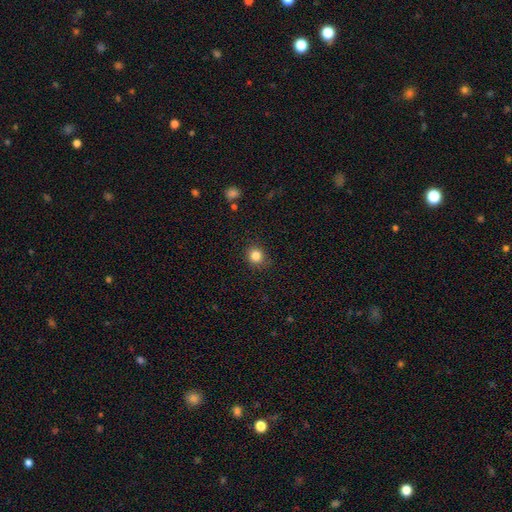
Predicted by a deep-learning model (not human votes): smooth_or_featured: smooth (p=0.84) [alt: star or artifact p=0.11]
how_rounded: round (p=0.87) [alt: in between p=0.12]
merging: none (p=0.85) [alt: minor disturbance p=0.11]